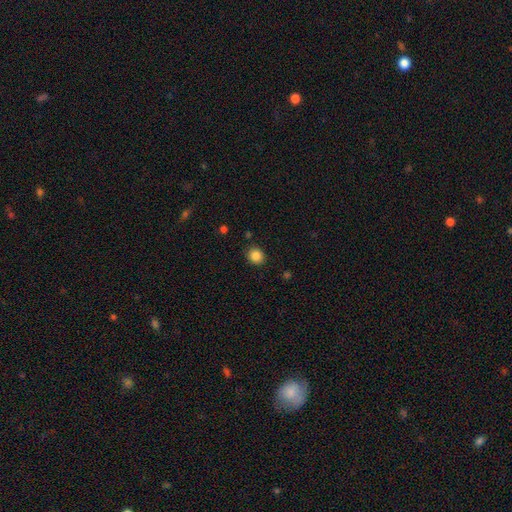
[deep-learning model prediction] Smooth or featured? smooth (86%)
How rounded? round (74%)
Merging? none (88%)